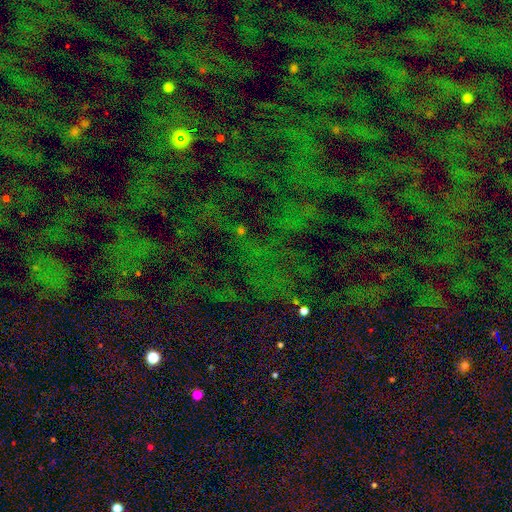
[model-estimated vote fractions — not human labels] Smooth or featured: star or artifact — 79% (smooth — 13%)